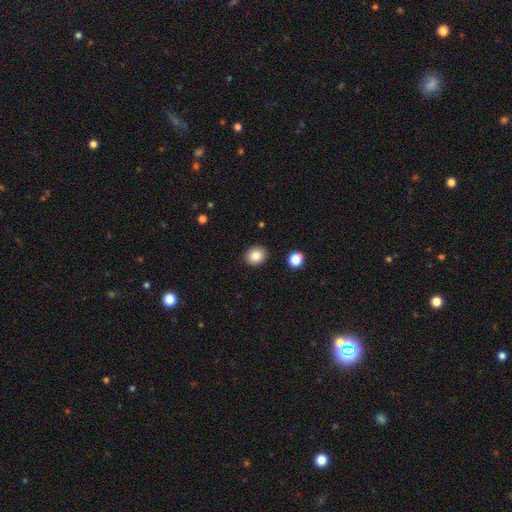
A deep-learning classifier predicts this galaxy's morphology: Smooth or featured?
  - smooth: 84% *
  - star or artifact: 9%
  - featured or disk: 6%
How rounded?
  - round: 68% *
  - in between: 31%
  - cigar-shaped: 1%
Merging?
  - none: 90% *
  - minor disturbance: 6%
  - merger: 2%
  - major disturbance: 2%